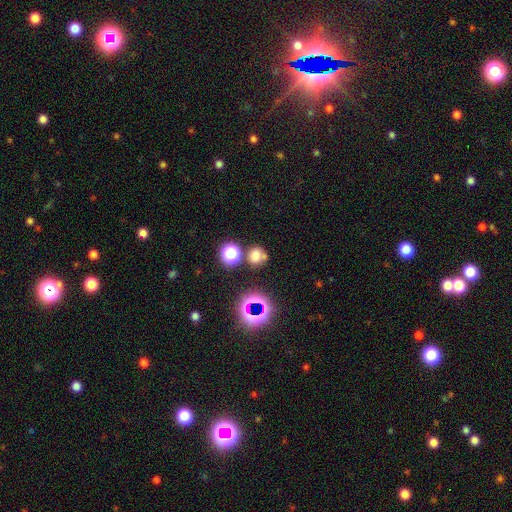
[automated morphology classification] A smooth galaxy with no disk features (63%) that is round (78%). Merging: none (61%).